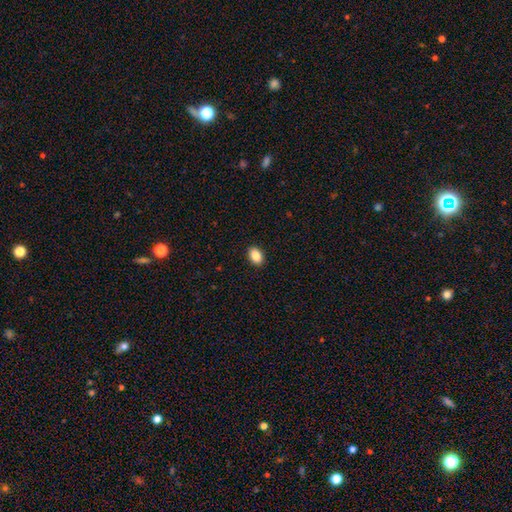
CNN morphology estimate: The model was most divided on "how rounded": in between: 83%, round: 16%, cigar-shaped: 1%. More confident: merging — none (91%); smooth or featured — smooth (88%).